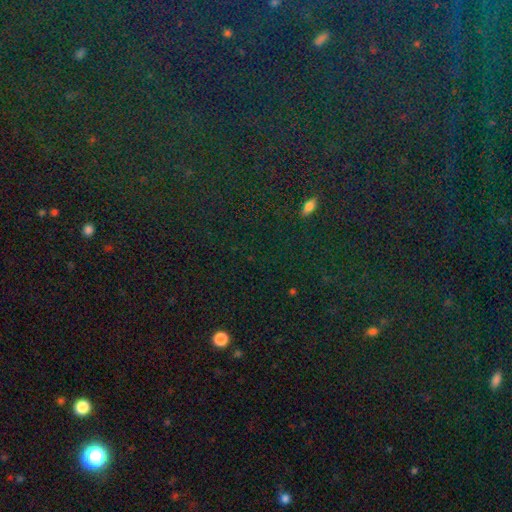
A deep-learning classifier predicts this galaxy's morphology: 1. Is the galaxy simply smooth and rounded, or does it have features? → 82% star or artifact, 11% smooth, 7% featured or disk.